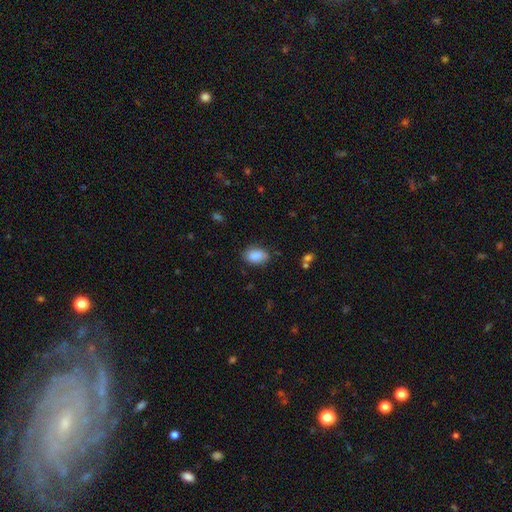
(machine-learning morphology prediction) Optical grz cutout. It shows a smooth galaxy with no disk features (88%) that is in between round and cigar-shaped (90%). Merging: none (78%).